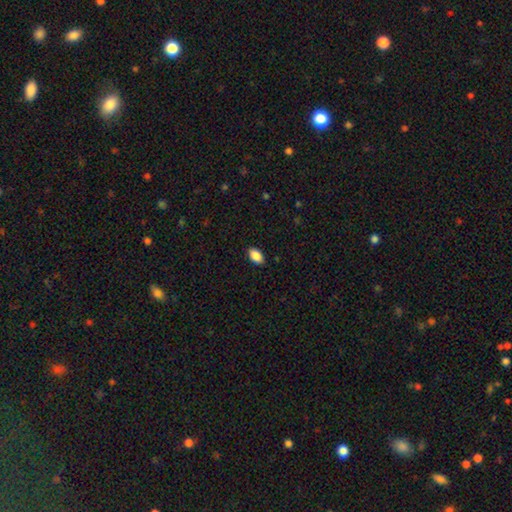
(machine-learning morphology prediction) This is clearly a smooth galaxy (89%). How rounded: clearly in between (93%). Merging: clearly none (89%).